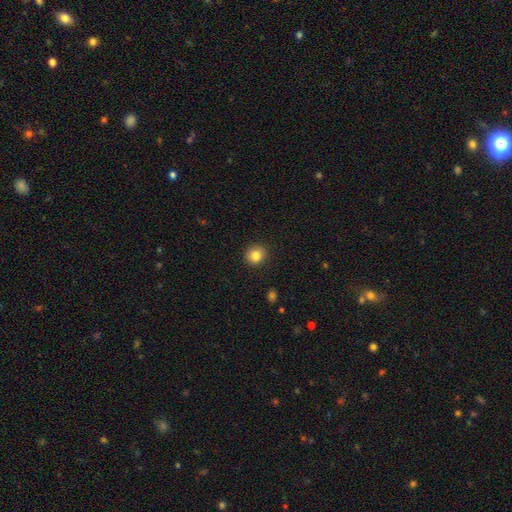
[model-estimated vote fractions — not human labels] This is clearly a smooth galaxy (82%). How rounded: clearly round (88%). Merging: clearly none (91%).